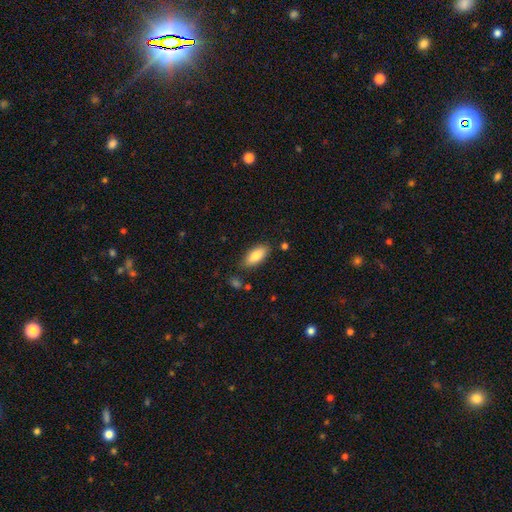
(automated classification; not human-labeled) This is clearly a smooth galaxy (85%). How rounded: clearly in between (86%). Merging: clearly none (82%).